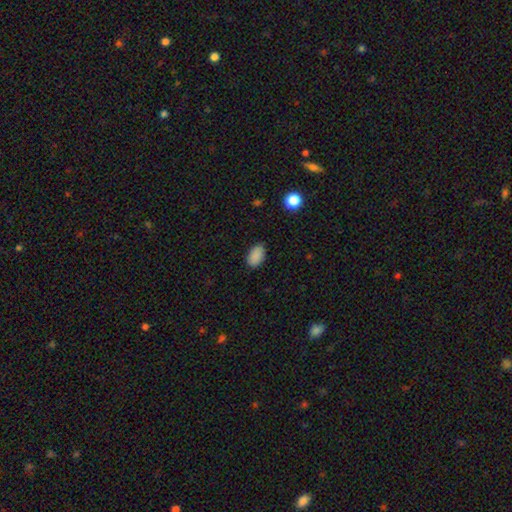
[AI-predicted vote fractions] A smooth galaxy with no disk features (89%) that is in between round and cigar-shaped (91%). Merging: none (85%).